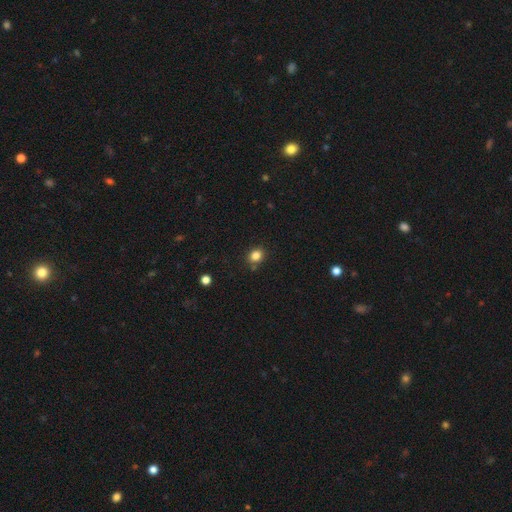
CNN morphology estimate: The model was most divided on "how rounded": round: 68%, in between: 32%, cigar-shaped: 1%. More confident: smooth or featured — smooth (83%); merging — none (82%).